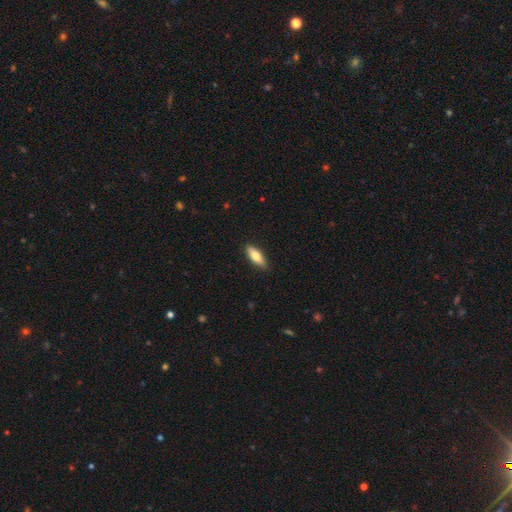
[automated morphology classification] Smooth or featured: smooth — 72% (featured or disk — 22%)
How rounded: in between — 63% (cigar-shaped — 35%)
Merging: none — 88% (minor disturbance — 9%)